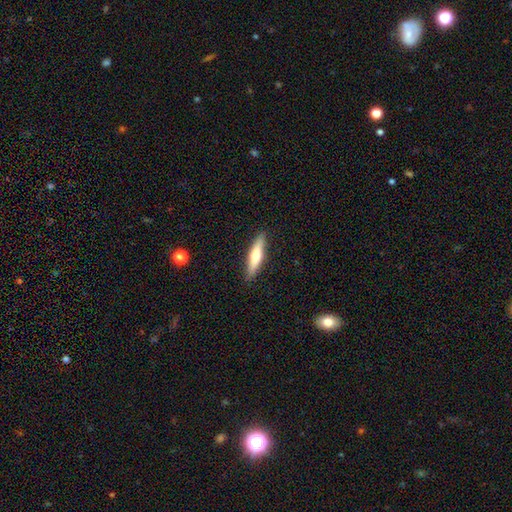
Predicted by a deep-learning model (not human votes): This appears to be a smooth galaxy with no disk features (56%) that is cigar-shaped (79%). Merging: none (90%).